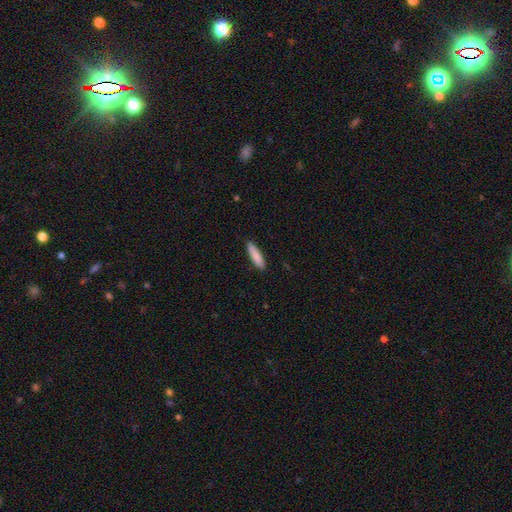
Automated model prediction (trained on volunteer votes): Smooth or featured: smooth — 86% (featured or disk — 8%)
How rounded: cigar-shaped — 77% (in between — 22%)
Merging: none — 89% (minor disturbance — 9%)